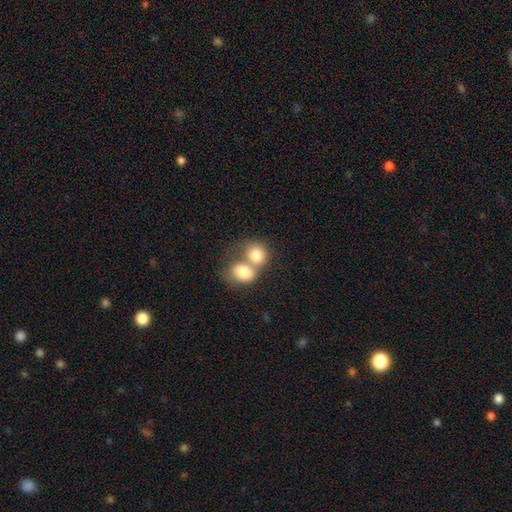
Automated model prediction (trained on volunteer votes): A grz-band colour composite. It shows a smooth galaxy with no disk features (79%) that is round (57%). Merging: merger (67%).